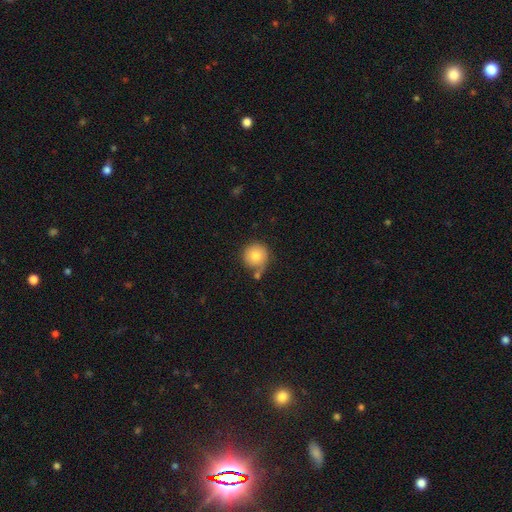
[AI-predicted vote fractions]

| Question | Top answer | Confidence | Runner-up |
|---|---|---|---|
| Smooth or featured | smooth | 80% | featured or disk (13%) |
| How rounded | round | 94% | in between (5%) |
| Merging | none | 63% | minor disturbance (16%) |